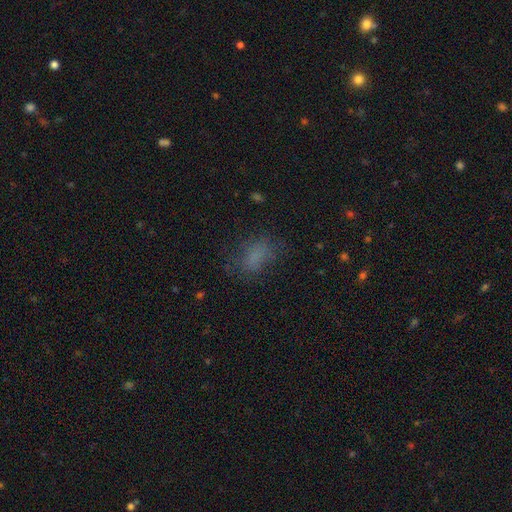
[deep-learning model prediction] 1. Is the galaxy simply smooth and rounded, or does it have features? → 73% smooth, 16% star or artifact, 11% featured or disk.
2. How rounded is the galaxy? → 81% in between, 15% round, 3% cigar-shaped.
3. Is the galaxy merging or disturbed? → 63% none, 21% minor disturbance, 15% major disturbance, 2% merger.